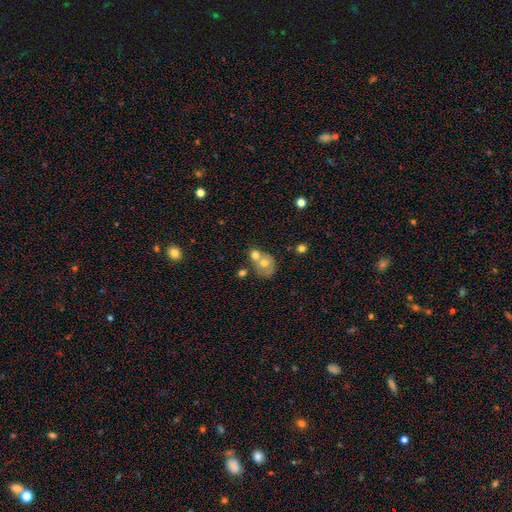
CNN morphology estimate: The model was most divided on "how rounded": round: 64%, in between: 35%, cigar-shaped: 1%. More confident: smooth or featured — smooth (61%); merging — merger (60%).